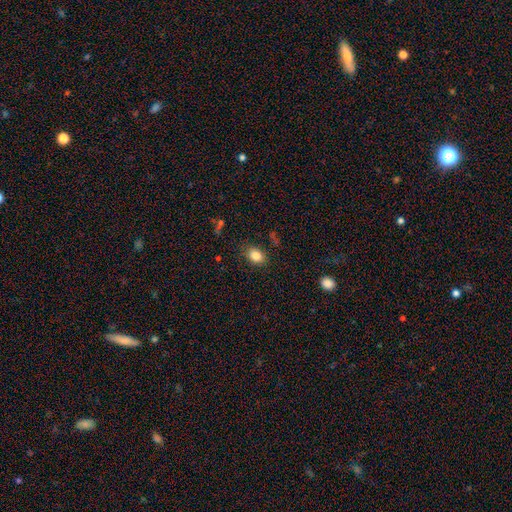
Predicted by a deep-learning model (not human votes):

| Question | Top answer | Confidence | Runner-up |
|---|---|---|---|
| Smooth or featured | smooth | 84% | star or artifact (10%) |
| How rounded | in between | 69% | round (30%) |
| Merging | none | 81% | minor disturbance (13%) |